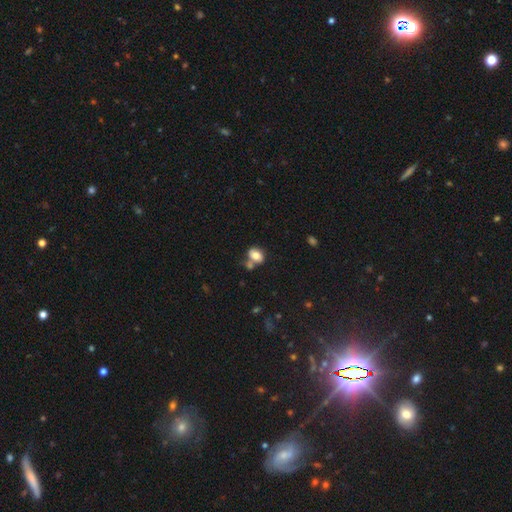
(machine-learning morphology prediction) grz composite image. It shows a smooth galaxy with no disk features (76%) that is in between round and cigar-shaped (72%). Merging: none (48%).